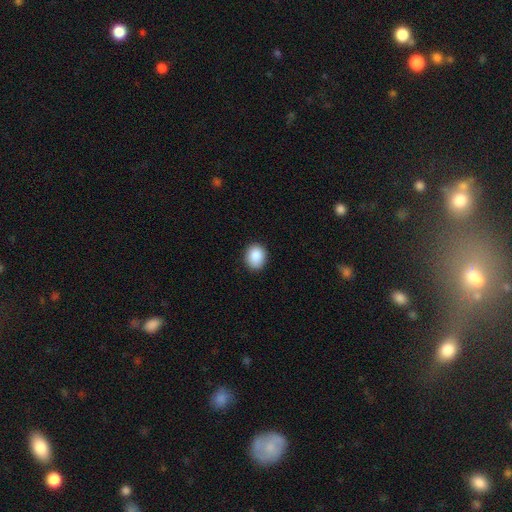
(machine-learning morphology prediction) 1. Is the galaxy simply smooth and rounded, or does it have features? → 88% smooth, 8% star or artifact, 4% featured or disk.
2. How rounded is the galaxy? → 59% round, 41% in between, 1% cigar-shaped.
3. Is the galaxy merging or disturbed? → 88% none, 9% minor disturbance, 2% major disturbance, 1% merger.